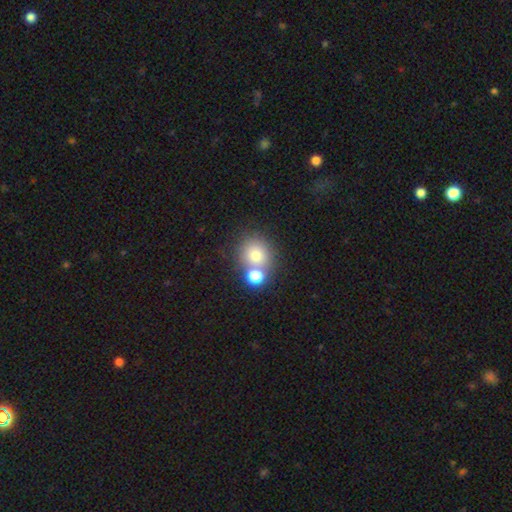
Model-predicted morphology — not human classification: A smooth galaxy with no disk features (73%) that is round (85%).

Vote fractions:
- Smooth or featured? smooth: 73% / star or artifact: 15% / featured or disk: 12%
- How rounded? round: 85% / in between: 14% / cigar-shaped: 1%
- Merging? none: 54% / merger: 34% / minor disturbance: 8% / major disturbance: 4%